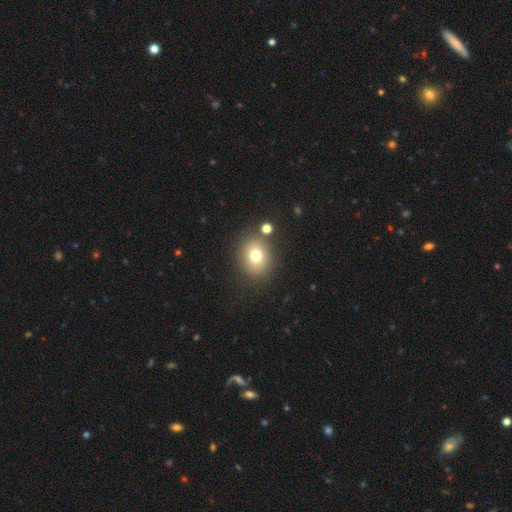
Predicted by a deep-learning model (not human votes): A smooth galaxy with no disk features (76%) that is round (65%).

Vote fractions:
- Smooth or featured? smooth: 76% / star or artifact: 13% / featured or disk: 11%
- How rounded? round: 65% / in between: 34% / cigar-shaped: 1%
- Merging? none: 81% / minor disturbance: 9% / merger: 6% / major disturbance: 3%